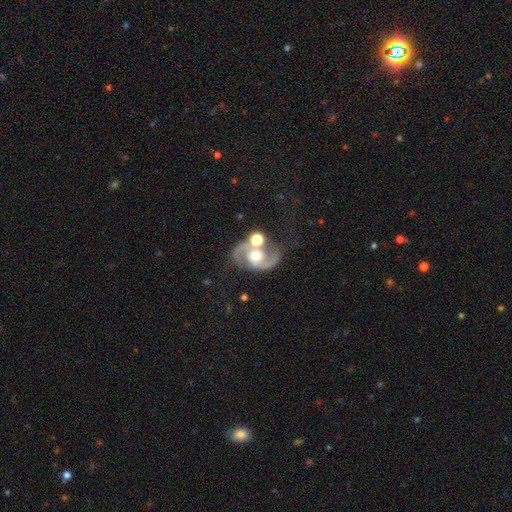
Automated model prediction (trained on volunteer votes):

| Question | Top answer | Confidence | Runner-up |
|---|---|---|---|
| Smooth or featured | featured or disk | 88% | smooth (6%) |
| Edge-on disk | no | 98% | yes (2%) |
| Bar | no | 56% | weak (32%) |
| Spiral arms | yes | 96% | no (4%) |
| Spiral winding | medium | 61% | loose (21%) |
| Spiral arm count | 2 | 93% | can't tell (2%) |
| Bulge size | moderate | 69% | large (16%) |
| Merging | none | 60% | merger (18%) |